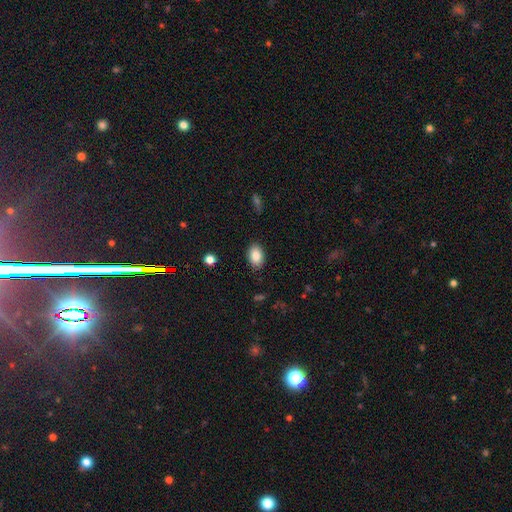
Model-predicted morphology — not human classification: Smooth or featured? smooth (87%)
How rounded? in between (87%)
Merging? none (87%)